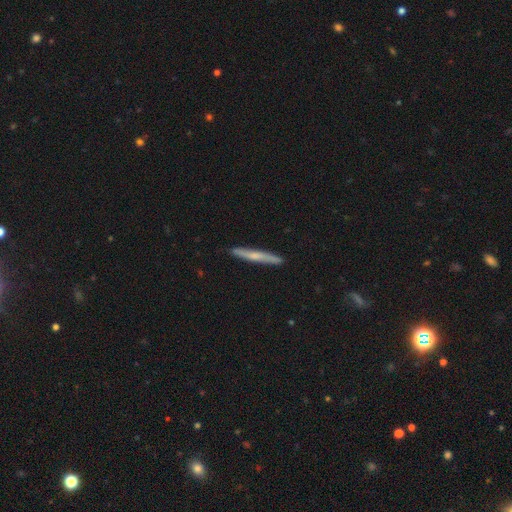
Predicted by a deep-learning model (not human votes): Overall: smooth (48%; featured or disk 46%). Merging: none (90%).